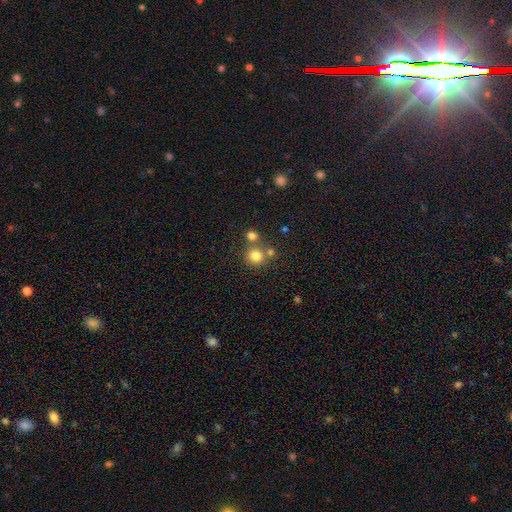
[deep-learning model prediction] This appears to be a smooth galaxy with no disk features (79%) that is round (90%). Merging: none (66%).